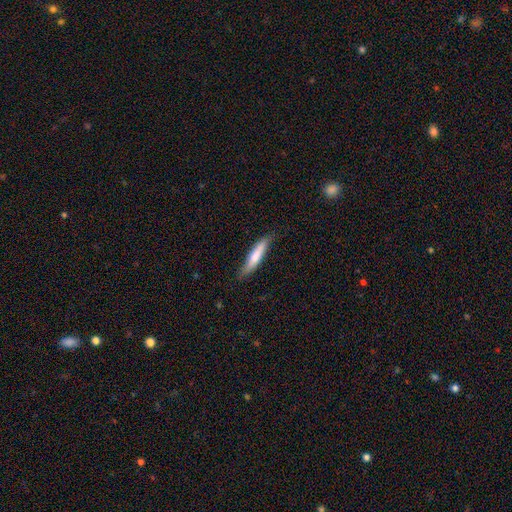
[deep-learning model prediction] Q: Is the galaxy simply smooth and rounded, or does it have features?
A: smooth — 69%.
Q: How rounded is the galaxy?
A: cigar-shaped — 85%.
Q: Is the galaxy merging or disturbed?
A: none — 78%.